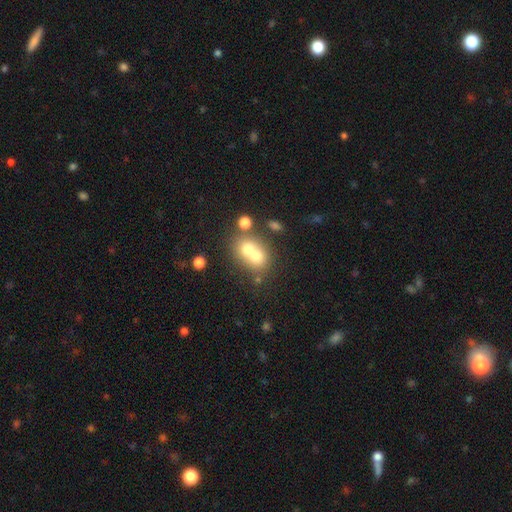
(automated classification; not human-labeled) Smooth or featured? Predicted: smooth (p=0.65). How rounded? Predicted: round (p=0.65). Merging? Predicted: merger (p=0.64).